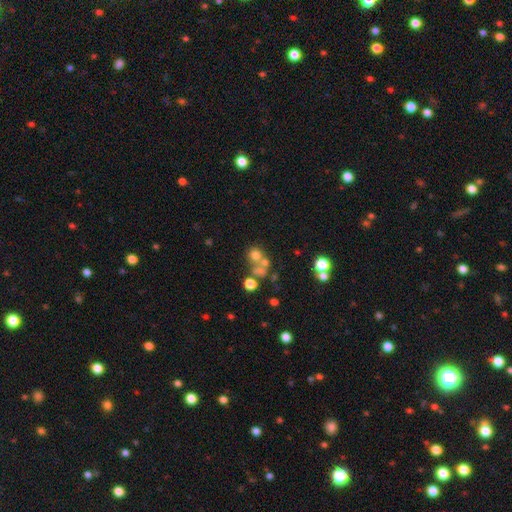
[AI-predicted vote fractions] Smooth or featured: smooth — 61% (star or artifact — 20%)
How rounded: round — 82% (in between — 17%)
Merging: none — 44% (merger — 41%)